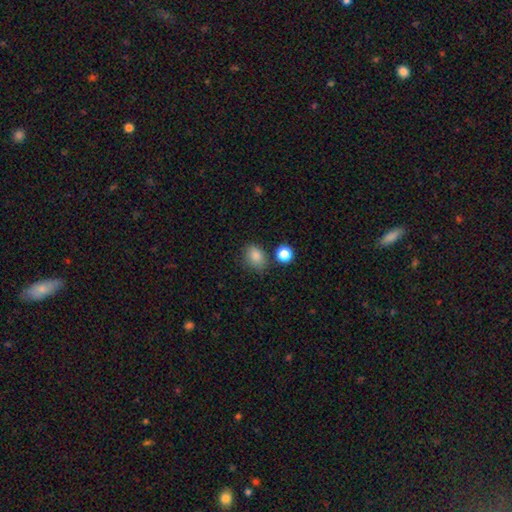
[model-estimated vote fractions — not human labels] Q: Smooth or featured?
A: smooth (84%); runner-up: star or artifact (11%)
Q: How rounded?
A: in between (62%); runner-up: round (37%)
Q: Merging?
A: none (74%); runner-up: minor disturbance (16%)